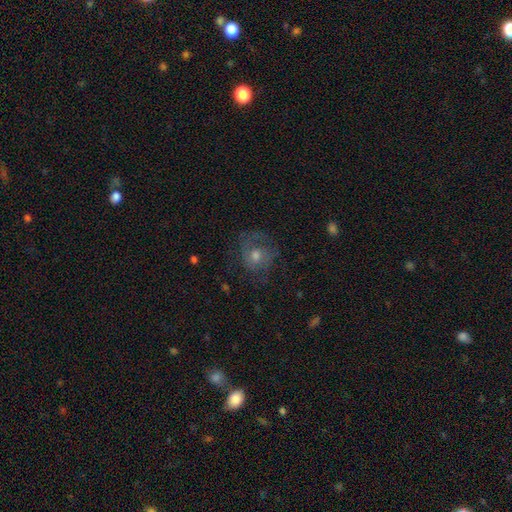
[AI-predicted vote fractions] smooth-or-featured: featured or disk: 47% | smooth: 38% | star or artifact: 14%
  merging: none: 62% | minor disturbance: 19% | major disturbance: 17% | merger: 1%